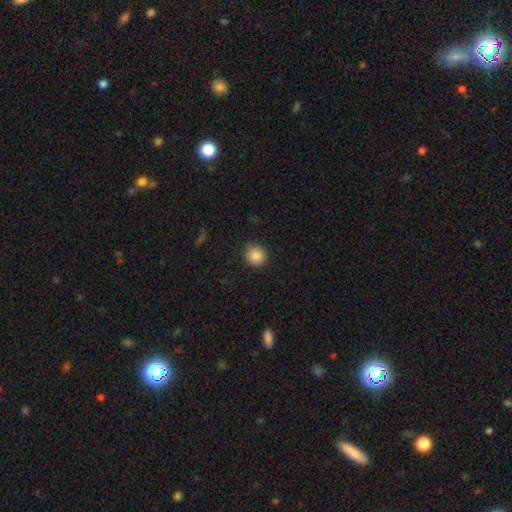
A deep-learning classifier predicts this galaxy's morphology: Smooth or featured? smooth (87%)
How rounded? round (93%)
Merging? none (88%)